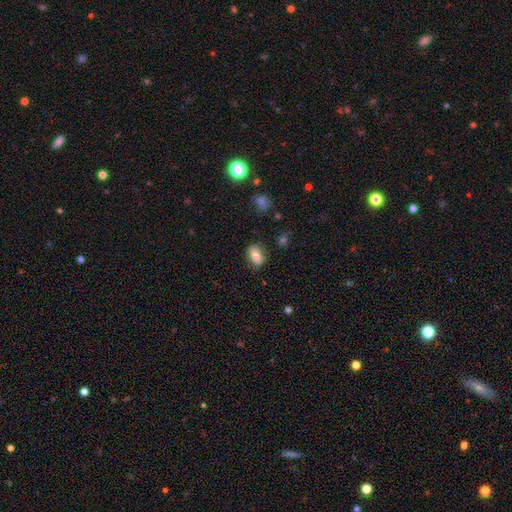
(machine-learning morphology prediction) smooth-or-featured: smooth: 74% | featured or disk: 18% | star or artifact: 8%
  how-rounded: in between: 86% | round: 8% | cigar-shaped: 6%
  merging: none: 79% | minor disturbance: 15% | major disturbance: 4% | merger: 2%